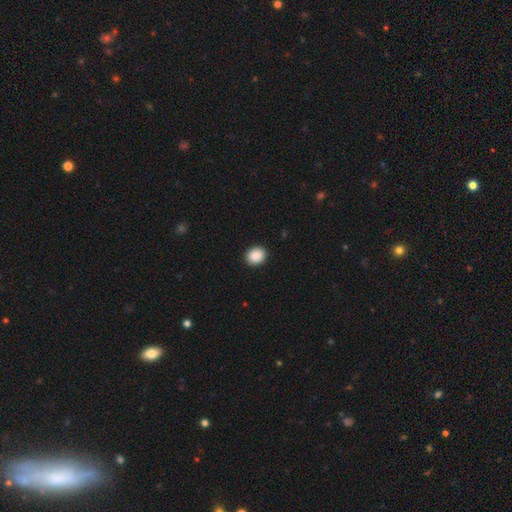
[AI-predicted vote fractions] Smooth or featured: smooth — 90% (star or artifact — 8%)
How rounded: round — 66% (in between — 33%)
Merging: none — 92% (minor disturbance — 6%)